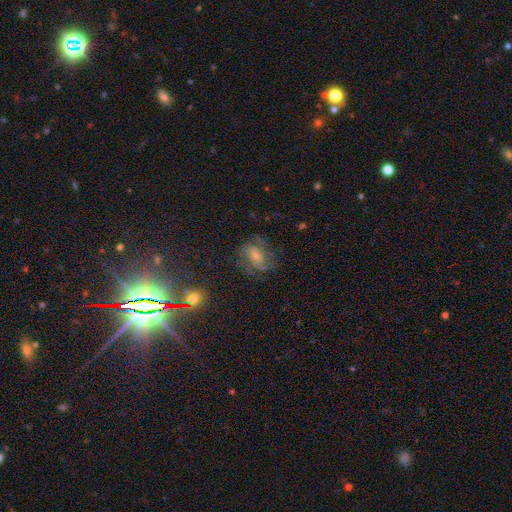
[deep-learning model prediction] Smooth or featured?
  - featured or disk: 55% *
  - star or artifact: 24%
  - smooth: 21%
Edge-on disk?
  - no: 96% *
  - yes: 4%
Bar?
  - no: 53% *
  - weak: 34%
  - strong: 13%
Spiral arms?
  - yes: 83% *
  - no: 17%
Bulge size?
  - small: 56% *
  - moderate: 37%
  - none: 4%
  - large: 3%
  - dominant: 1%
Merging?
  - none: 66% *
  - minor disturbance: 19%
  - major disturbance: 13%
  - merger: 2%